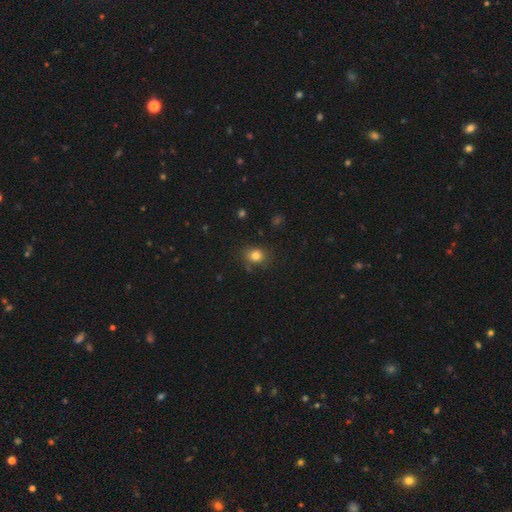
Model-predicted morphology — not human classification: smooth-or-featured: smooth: 81% | star or artifact: 12% | featured or disk: 7%
  how-rounded: round: 59% | in between: 40% | cigar-shaped: 1%
  merging: none: 78% | minor disturbance: 15% | major disturbance: 4% | merger: 3%